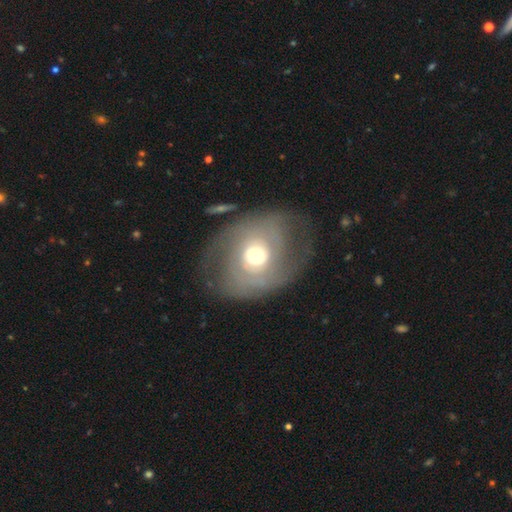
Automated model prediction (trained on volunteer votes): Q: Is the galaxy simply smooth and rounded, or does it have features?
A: featured or disk — 65%.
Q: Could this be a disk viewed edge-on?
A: no — 95%.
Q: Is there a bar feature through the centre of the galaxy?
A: no — 79%.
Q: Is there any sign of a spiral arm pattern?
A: yes — 65%.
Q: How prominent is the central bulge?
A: moderate — 61%.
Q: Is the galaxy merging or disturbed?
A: none — 60%.